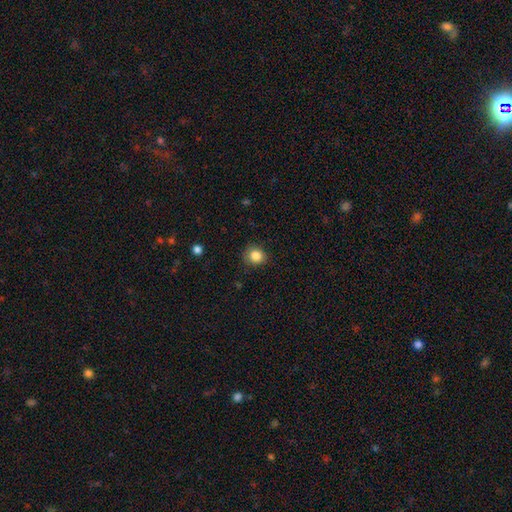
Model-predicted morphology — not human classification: This appears to be a smooth galaxy with no disk features (85%) that is round (82%). Merging: none (83%).